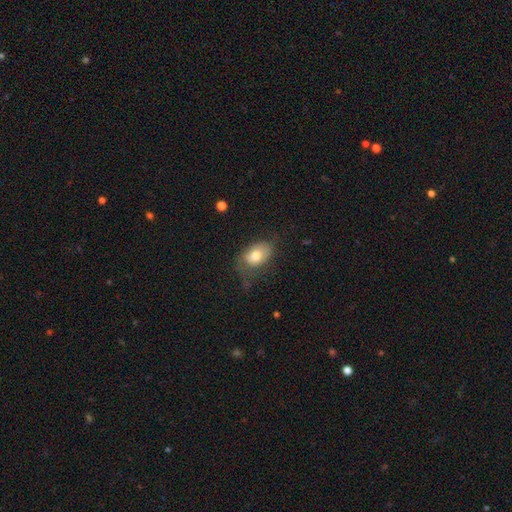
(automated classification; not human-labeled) Smooth or featured: smooth — 73% (featured or disk — 20%)
How rounded: in between — 86% (round — 13%)
Merging: none — 47% (minor disturbance — 30%)